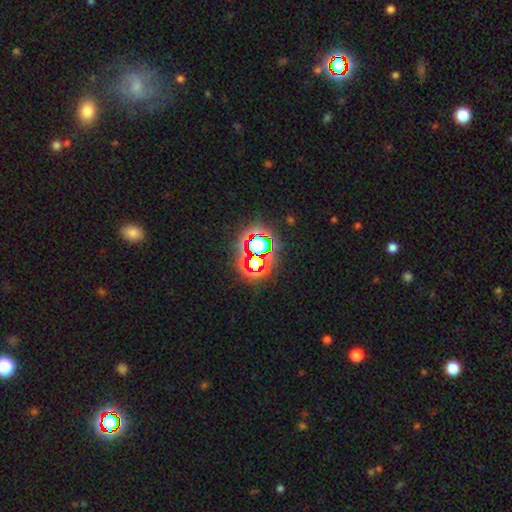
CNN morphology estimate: A star or artifact, not a galaxy (70%).

Vote fractions:
- Smooth or featured? star or artifact: 70% / smooth: 17% / featured or disk: 12%